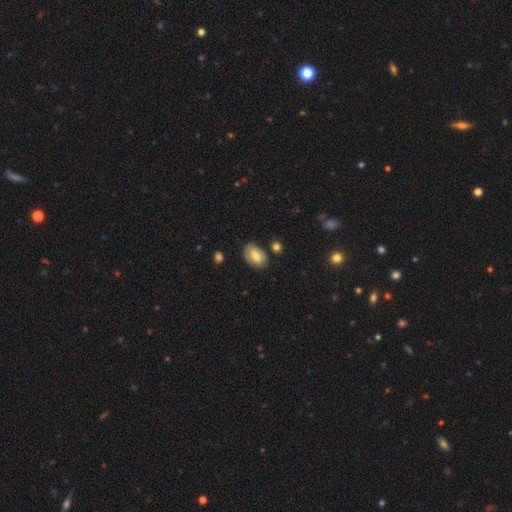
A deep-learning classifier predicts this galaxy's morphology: A smooth galaxy with no disk features (60%) that is in between round and cigar-shaped (87%).

Vote fractions:
- Smooth or featured? smooth: 60% / featured or disk: 33% / star or artifact: 7%
- How rounded? in between: 87% / round: 11% / cigar-shaped: 1%
- Merging? none: 75% / minor disturbance: 17% / major disturbance: 4% / merger: 4%